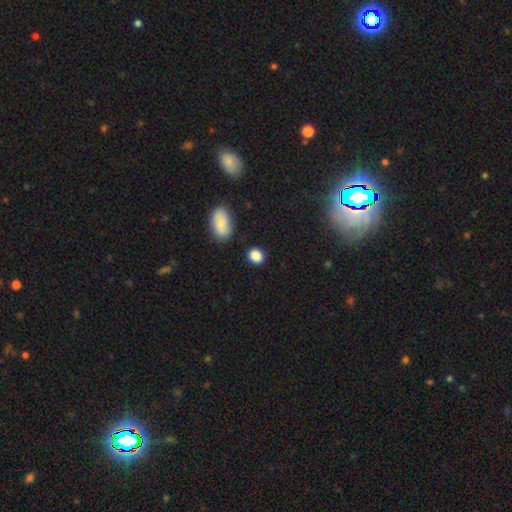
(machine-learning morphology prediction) A smooth galaxy with no disk features (87%) that is round (59%). Merging: none (82%).